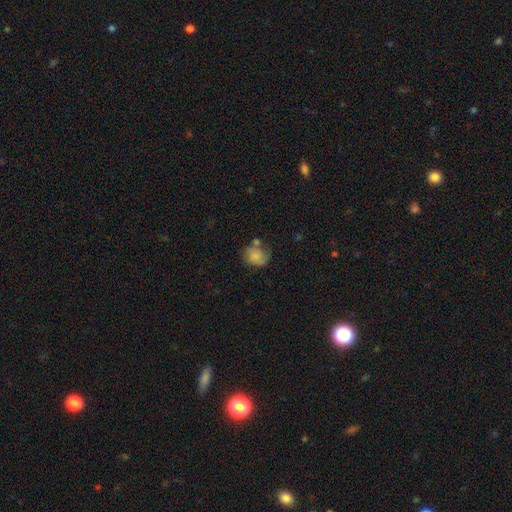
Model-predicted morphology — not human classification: This appears to be a smooth galaxy with no disk features (57%) that is round (61%). Merging: none (45%).